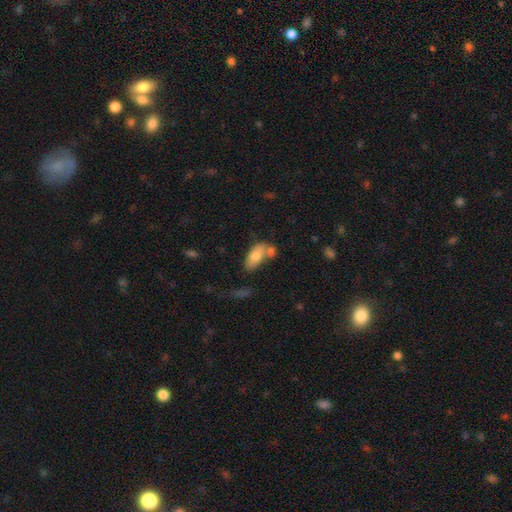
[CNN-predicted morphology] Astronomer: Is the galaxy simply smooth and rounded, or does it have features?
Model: smooth — 73%.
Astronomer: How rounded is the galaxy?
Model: in between — 89%.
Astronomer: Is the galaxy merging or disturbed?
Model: none — 45% (runner-up: merger, 31%).